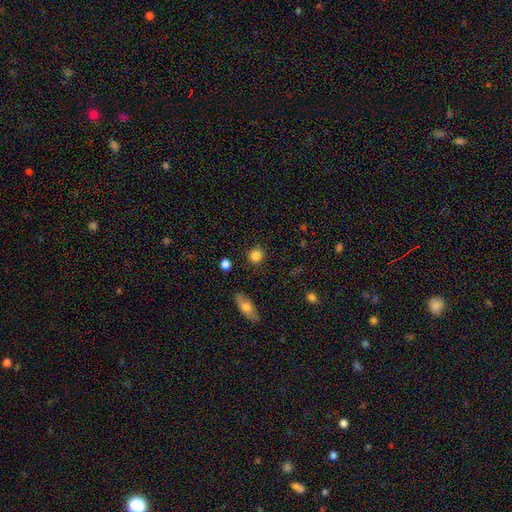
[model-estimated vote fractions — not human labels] Smooth or featured? Predicted: smooth (p=0.85). How rounded? Predicted: round (p=0.89). Merging? Predicted: none (p=0.88).